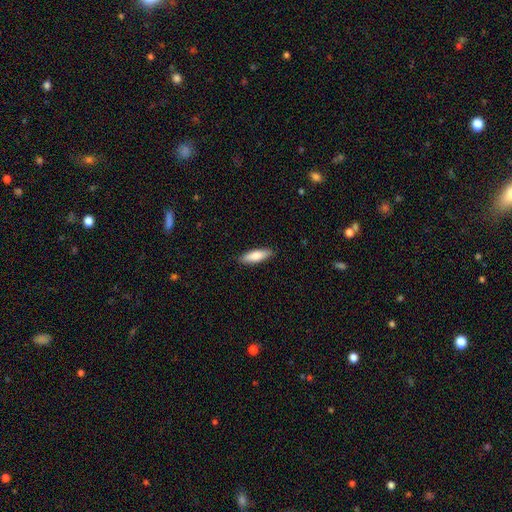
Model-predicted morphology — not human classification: smooth 80%, featured or disk 15%, star or artifact 5%. Down the decision tree: how rounded — cigar-shaped (52%); merging — none (88%).